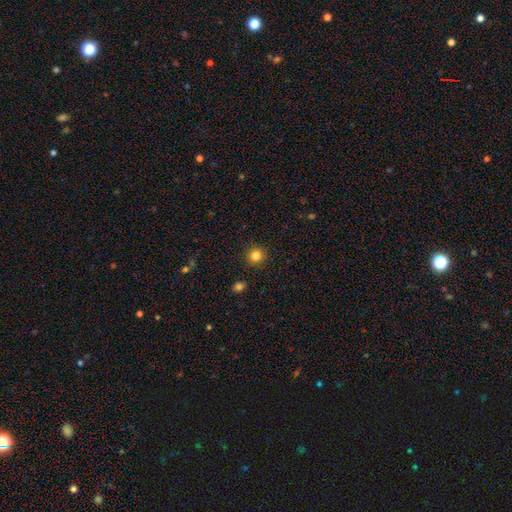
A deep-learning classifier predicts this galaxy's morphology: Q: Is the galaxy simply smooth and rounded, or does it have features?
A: smooth — 83%.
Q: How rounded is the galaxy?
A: round — 91%.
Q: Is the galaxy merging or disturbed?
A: none — 91%.